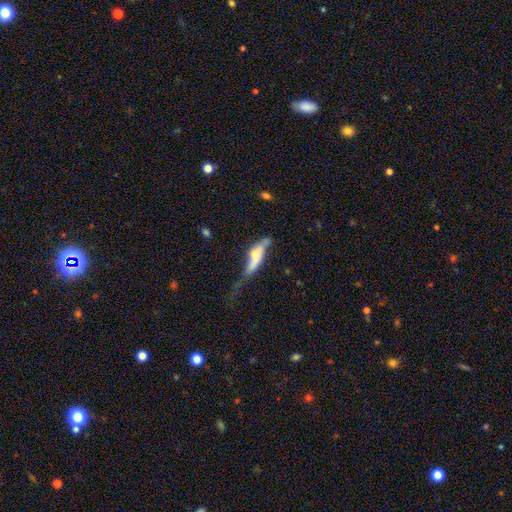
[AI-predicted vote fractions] smooth 47%, featured or disk 46%, star or artifact 7%. Down the decision tree: merging — major disturbance (37%).